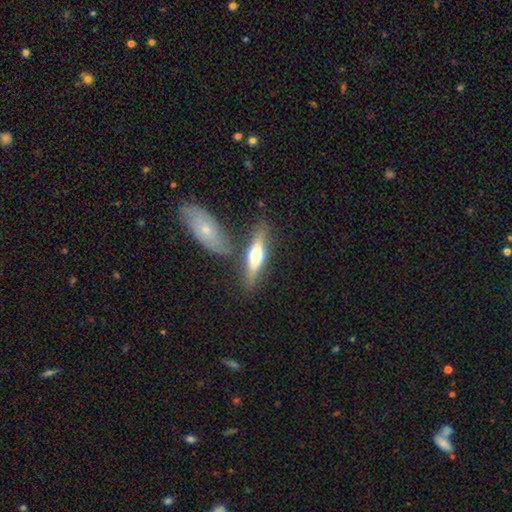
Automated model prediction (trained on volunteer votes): Smooth or featured: featured or disk — 53% (smooth — 42%)
Edge-on disk: yes — 87% (no — 13%)
Merging: none — 71% (merger — 13%)